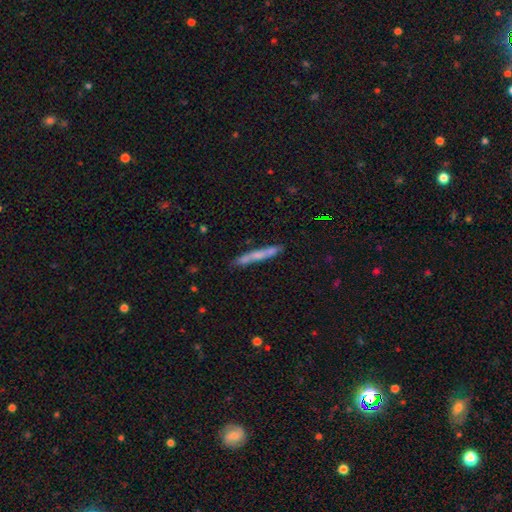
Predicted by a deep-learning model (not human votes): smooth 58%, featured or disk 35%, star or artifact 7%. Down the decision tree: how rounded — cigar-shaped (94%); merging — none (77%).